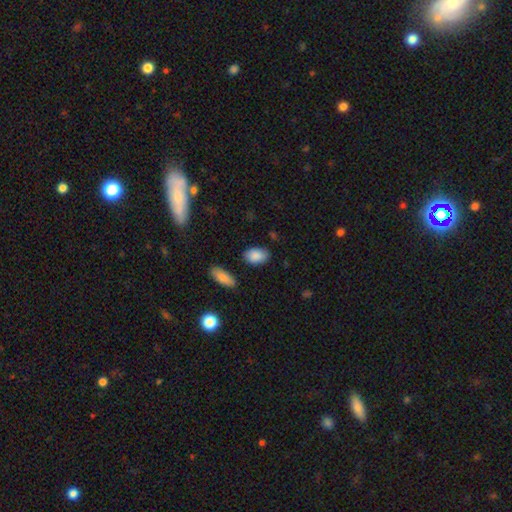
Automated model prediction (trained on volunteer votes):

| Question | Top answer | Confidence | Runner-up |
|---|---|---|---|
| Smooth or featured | smooth | 88% | star or artifact (7%) |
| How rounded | in between | 91% | round (7%) |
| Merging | none | 82% | minor disturbance (13%) |